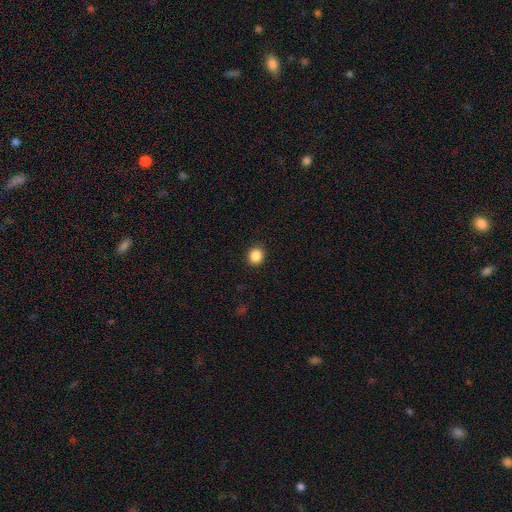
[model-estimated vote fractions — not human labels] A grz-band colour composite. It shows a smooth galaxy with no disk features (87%) that is round (86%). Merging: none (92%).